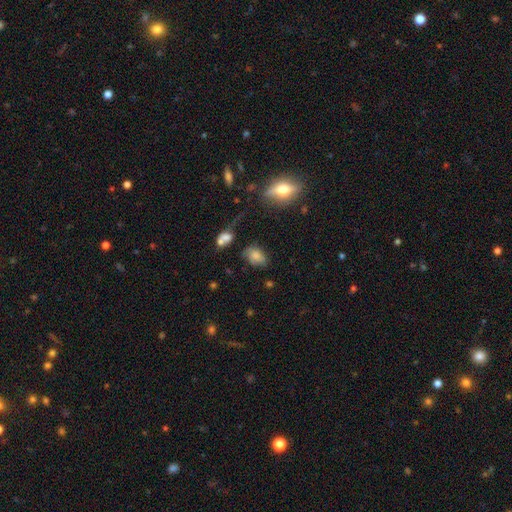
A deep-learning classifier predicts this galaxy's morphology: A smooth galaxy with no disk features (75%) that is in between round and cigar-shaped (84%).

Vote fractions:
- Smooth or featured? smooth: 75% / star or artifact: 13% / featured or disk: 12%
- How rounded? in between: 84% / round: 14% / cigar-shaped: 2%
- Merging? none: 60% / minor disturbance: 25% / major disturbance: 9% / merger: 6%